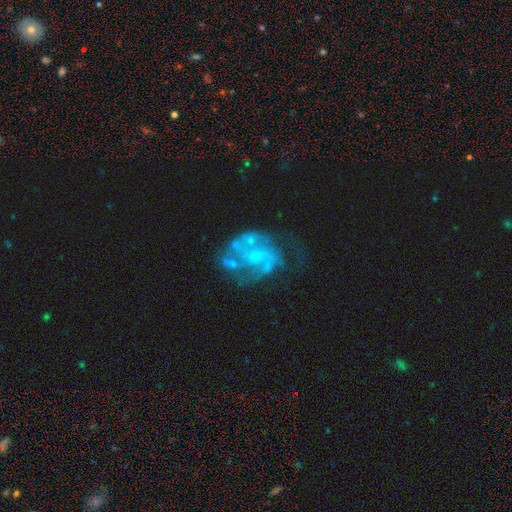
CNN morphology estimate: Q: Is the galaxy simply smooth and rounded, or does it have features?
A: featured or disk — 77%.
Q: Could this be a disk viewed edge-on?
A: no — 98%.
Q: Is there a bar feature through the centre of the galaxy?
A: no — 68%.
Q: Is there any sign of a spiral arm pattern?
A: yes — 67%.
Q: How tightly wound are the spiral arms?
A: medium — 44%.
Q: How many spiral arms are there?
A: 2 — 43%.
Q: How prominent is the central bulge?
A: none — 43%.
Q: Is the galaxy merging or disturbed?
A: none — 44%.